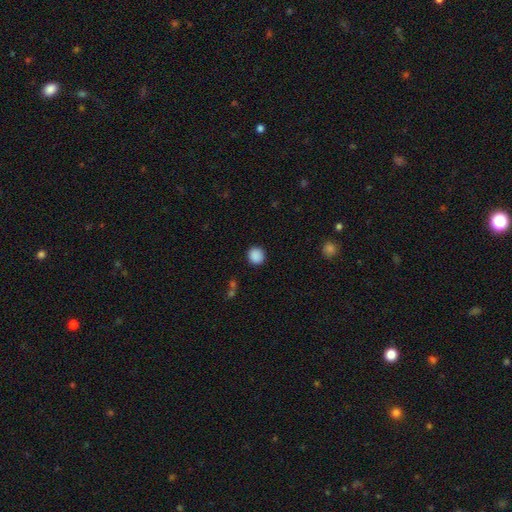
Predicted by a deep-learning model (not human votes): A smooth galaxy with no disk features (88%) that is round (87%). Merging: none (90%).